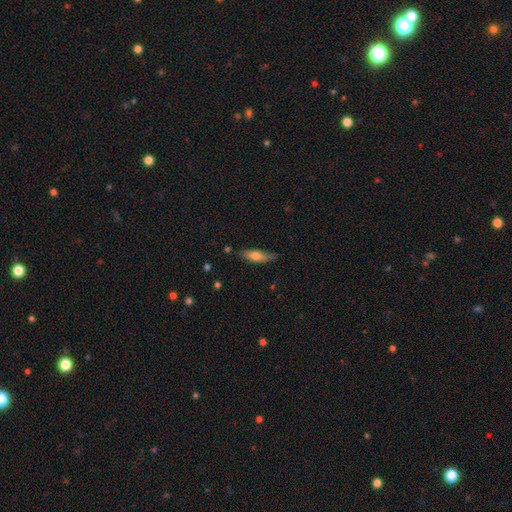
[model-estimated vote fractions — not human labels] A smooth galaxy with no disk features (65%) that is cigar-shaped (59%). Merging: none (71%).